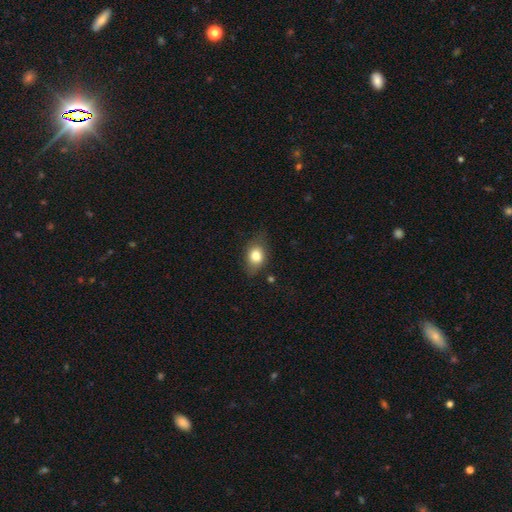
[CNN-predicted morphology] This appears to be a smooth galaxy with no disk features (79%) that is in between round and cigar-shaped (64%). Merging: none (71%).